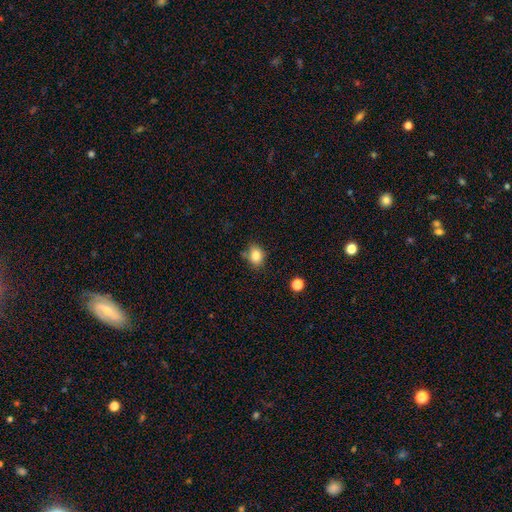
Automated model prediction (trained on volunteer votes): Morphology: type=smooth (82%); roundness=round (57%); merging=none (75%).